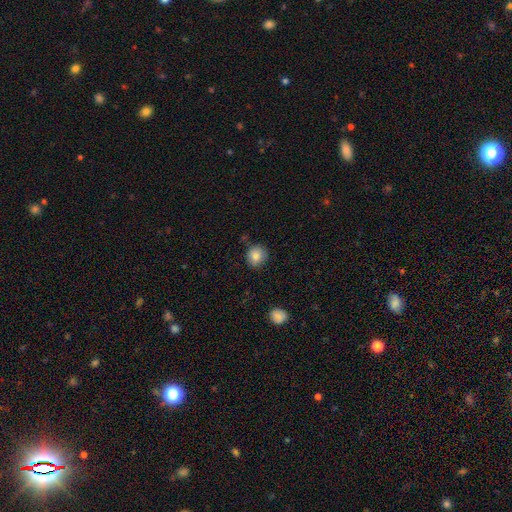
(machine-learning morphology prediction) Smooth or featured? Predicted: smooth (p=0.86). How rounded? Predicted: round (p=0.83). Merging? Predicted: none (p=0.81).